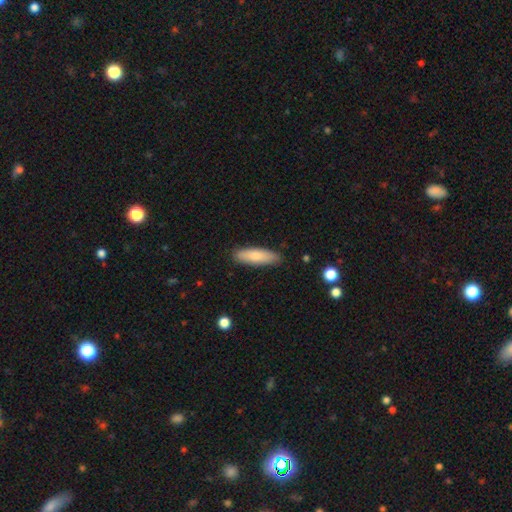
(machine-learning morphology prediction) A smooth galaxy with no disk features (79%) that is cigar-shaped (57%). Merging: none (87%).